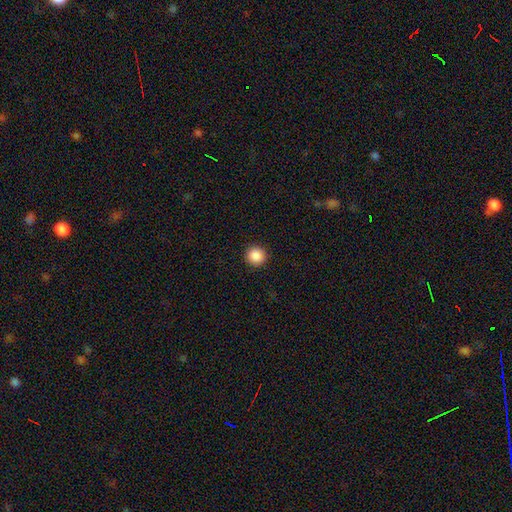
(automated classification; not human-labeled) This is clearly a smooth galaxy (88%). How rounded: clearly round (96%). Merging: clearly none (93%).